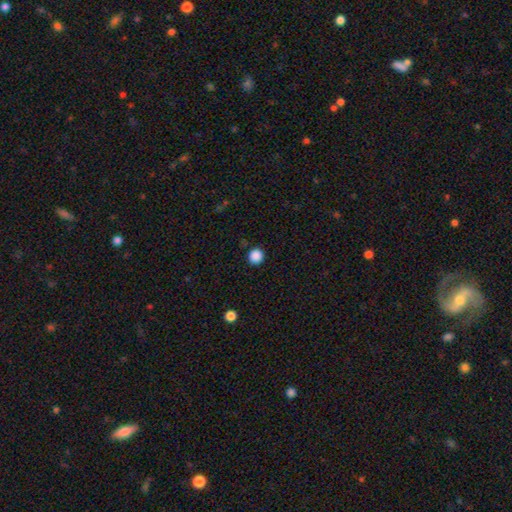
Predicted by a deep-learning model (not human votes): Smooth or featured?
  - smooth: 87% *
  - star or artifact: 10%
  - featured or disk: 2%
How rounded?
  - round: 94% *
  - in between: 5%
  - cigar-shaped: 1%
Merging?
  - none: 91% *
  - minor disturbance: 5%
  - major disturbance: 2%
  - merger: 1%